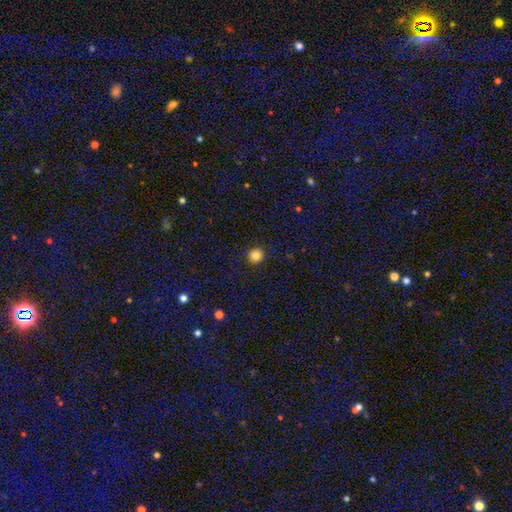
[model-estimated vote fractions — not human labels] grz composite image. It shows a smooth galaxy with no disk features (83%) that is round (92%). Merging: none (92%).